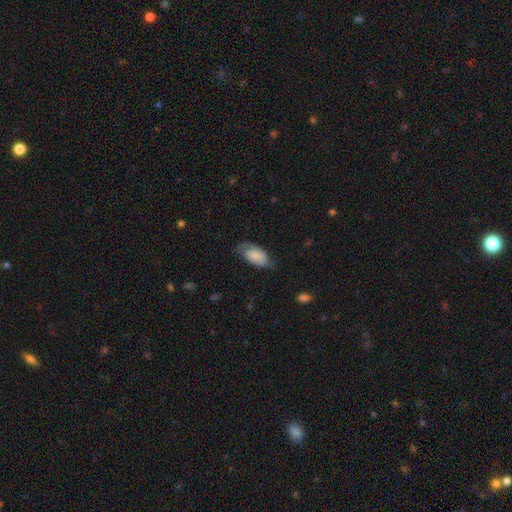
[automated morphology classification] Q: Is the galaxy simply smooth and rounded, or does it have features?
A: smooth — 75%.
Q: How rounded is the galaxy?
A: in between — 93%.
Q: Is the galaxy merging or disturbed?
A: none — 57%.